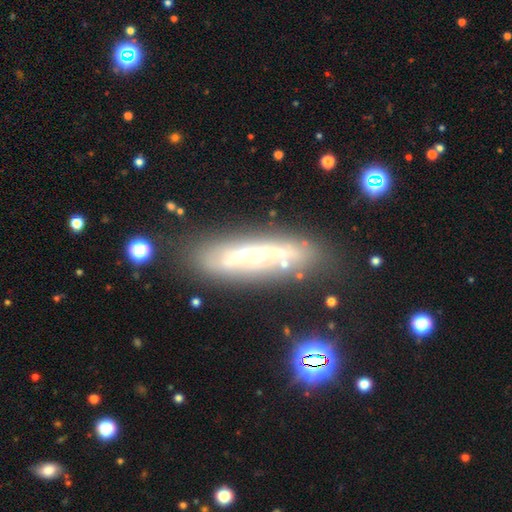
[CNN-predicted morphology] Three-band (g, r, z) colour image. It shows a featured or disk galaxy (68%). Merging: none (74%).